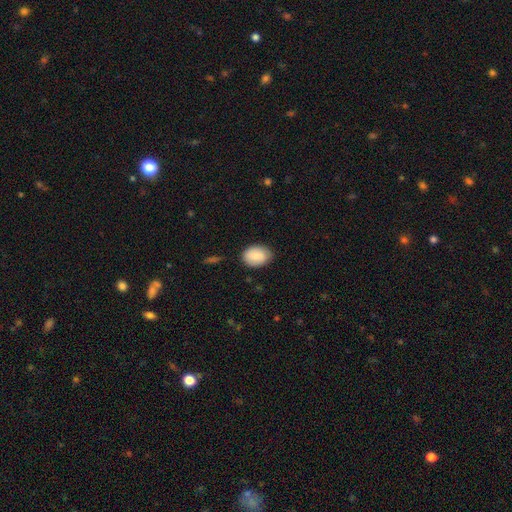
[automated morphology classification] Smooth or featured?
  - smooth: 86% *
  - featured or disk: 8%
  - star or artifact: 6%
How rounded?
  - in between: 79% *
  - round: 20%
  - cigar-shaped: 1%
Merging?
  - none: 79% *
  - minor disturbance: 17%
  - major disturbance: 3%
  - merger: 1%